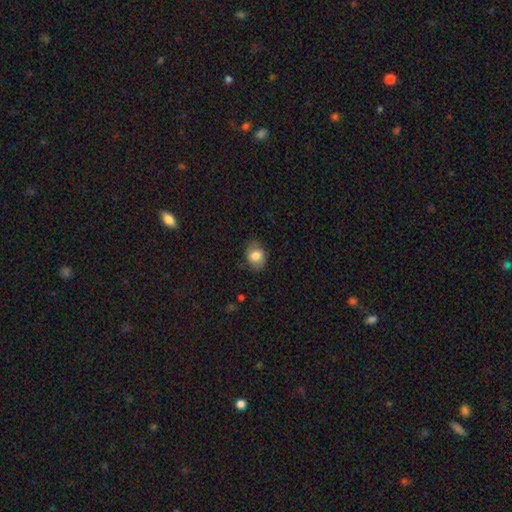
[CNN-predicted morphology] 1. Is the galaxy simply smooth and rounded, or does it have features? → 80% smooth, 12% featured or disk, 8% star or artifact.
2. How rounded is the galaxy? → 54% in between, 45% round, 1% cigar-shaped.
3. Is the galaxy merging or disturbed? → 78% none, 17% minor disturbance, 4% major disturbance, 1% merger.